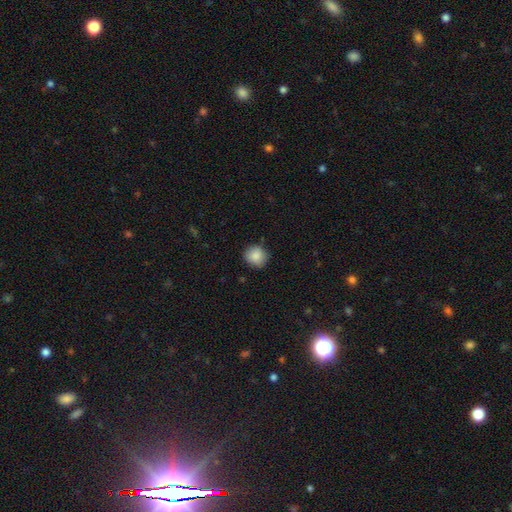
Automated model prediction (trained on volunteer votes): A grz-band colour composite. It shows a smooth galaxy with no disk features (87%) that is round (87%). Merging: none (85%).